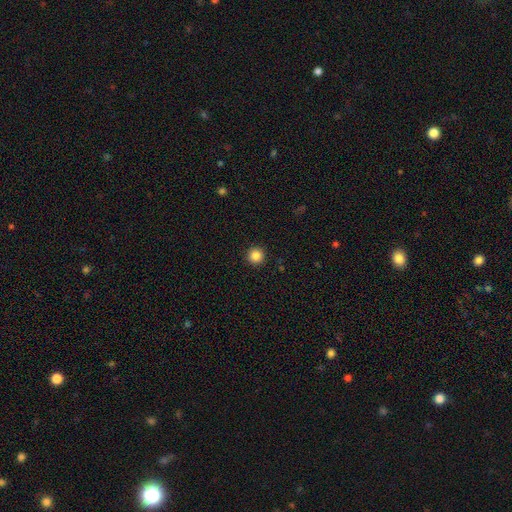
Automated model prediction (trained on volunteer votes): smooth_or_featured: smooth (p=0.85) [alt: star or artifact p=0.10]
how_rounded: round (p=0.96) [alt: in between p=0.03]
merging: none (p=0.93) [alt: minor disturbance p=0.04]